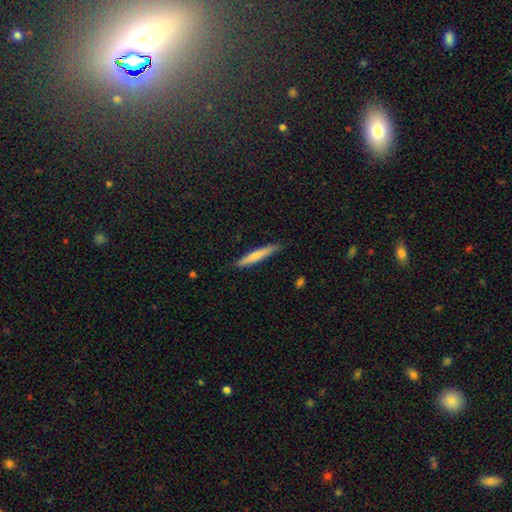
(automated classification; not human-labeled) smooth_or_featured: smooth (p=0.69) [alt: featured or disk p=0.25]
how_rounded: cigar-shaped (p=0.94) [alt: in between p=0.05]
merging: none (p=0.88) [alt: minor disturbance p=0.09]